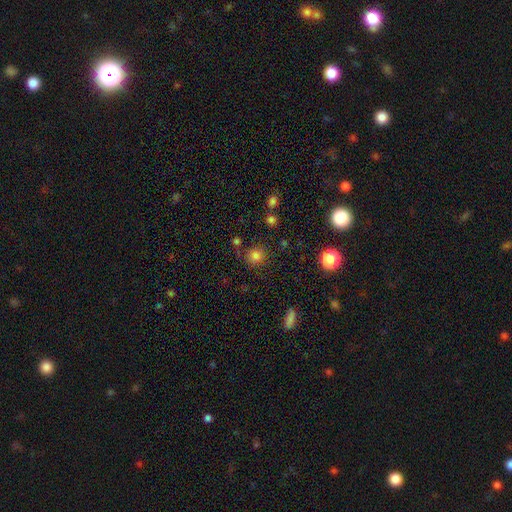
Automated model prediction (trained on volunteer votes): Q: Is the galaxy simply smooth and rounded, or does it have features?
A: smooth — 79%.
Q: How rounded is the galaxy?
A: round — 88%.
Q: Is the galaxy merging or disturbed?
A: none — 80%.